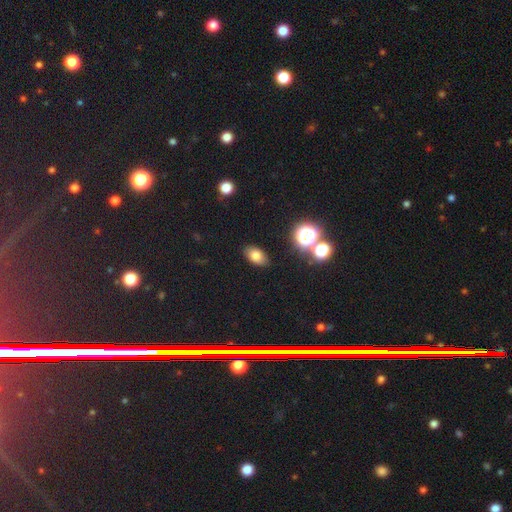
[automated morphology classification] smooth-or-featured: smooth: 76% | star or artifact: 14% | featured or disk: 10%
  how-rounded: in between: 87% | round: 11% | cigar-shaped: 2%
  merging: none: 86% | minor disturbance: 9% | major disturbance: 3% | merger: 2%